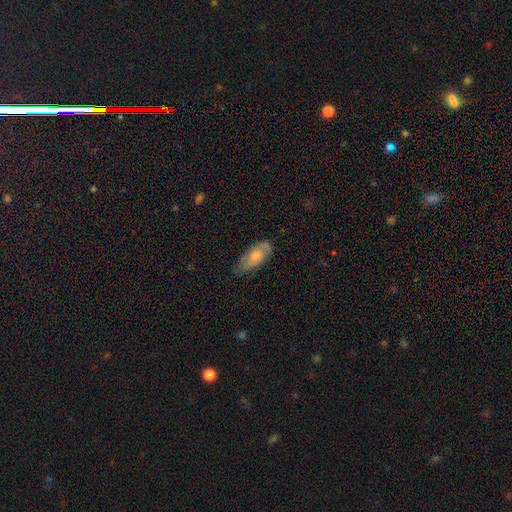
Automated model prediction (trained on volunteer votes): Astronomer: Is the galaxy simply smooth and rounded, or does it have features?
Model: featured or disk — 52% (runner-up: smooth, 40%).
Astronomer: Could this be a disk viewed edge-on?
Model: no — 85%.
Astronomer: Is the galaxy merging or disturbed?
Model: none — 73%.